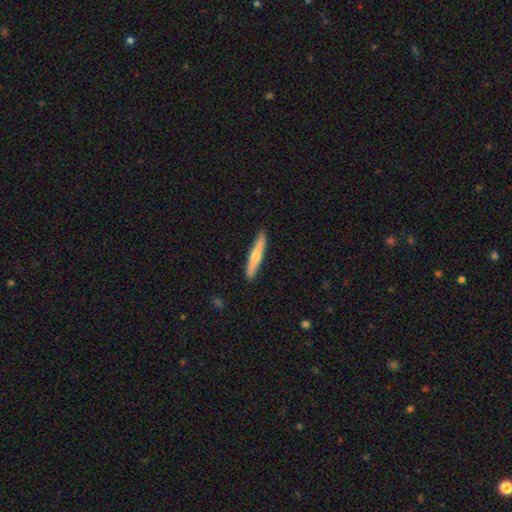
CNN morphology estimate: Smooth or featured: smooth — 49% (featured or disk — 46%)
Merging: none — 89% (minor disturbance — 8%)